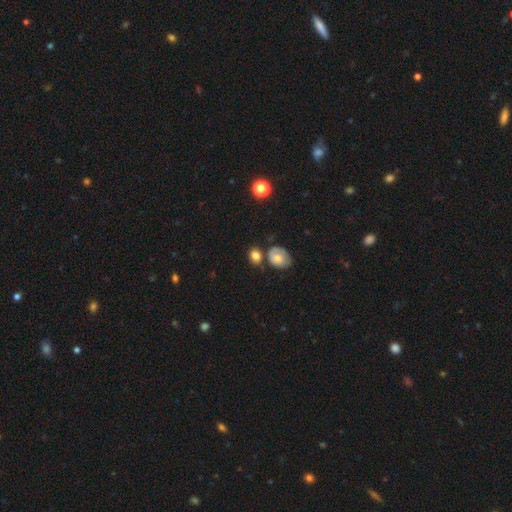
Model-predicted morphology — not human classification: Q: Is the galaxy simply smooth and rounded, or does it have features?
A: smooth — 78%.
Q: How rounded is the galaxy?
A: round — 57%.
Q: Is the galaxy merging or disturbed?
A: none — 60%.